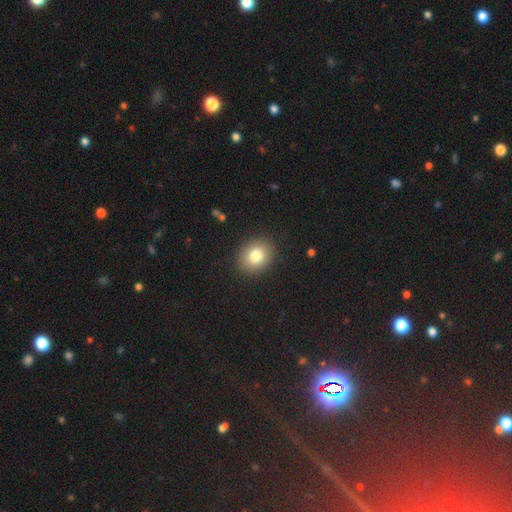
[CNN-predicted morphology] Smooth or featured? smooth (80%)
How rounded? round (51%)
Merging? none (89%)